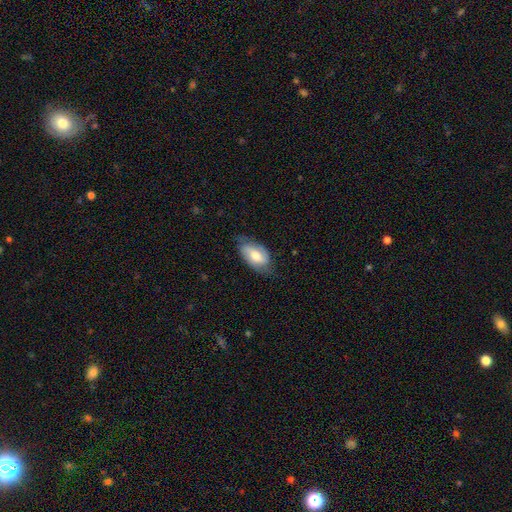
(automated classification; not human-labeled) Smooth or featured?
  - smooth: 53% *
  - featured or disk: 40%
  - star or artifact: 6%
How rounded?
  - in between: 92% *
  - round: 4%
  - cigar-shaped: 4%
Merging?
  - none: 69% *
  - minor disturbance: 24%
  - major disturbance: 6%
  - merger: 1%